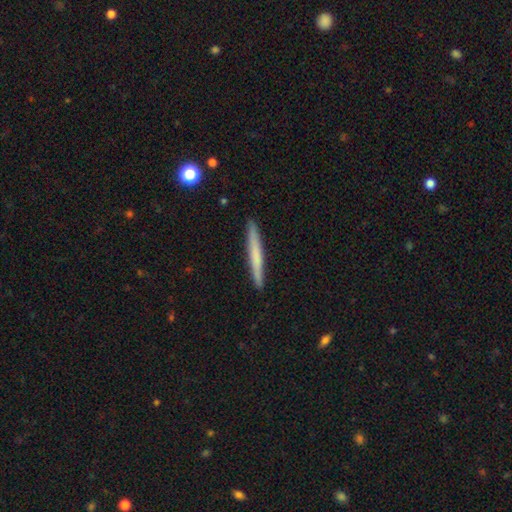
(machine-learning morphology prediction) A smooth galaxy with no disk features (61%) that is cigar-shaped (97%). Merging: none (92%).